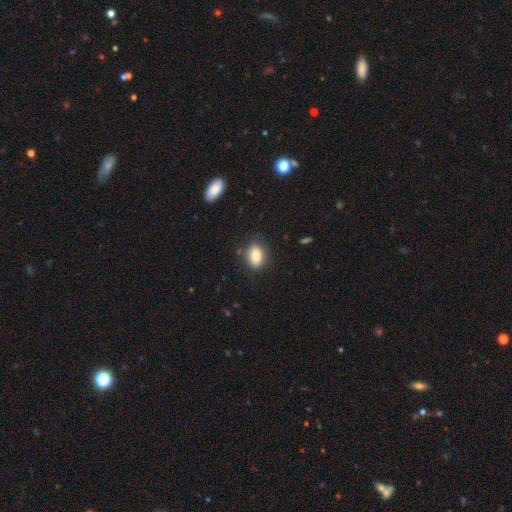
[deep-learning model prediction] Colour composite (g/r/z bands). It shows a smooth galaxy with no disk features (86%) that is in between round and cigar-shaped (84%). Merging: none (80%).